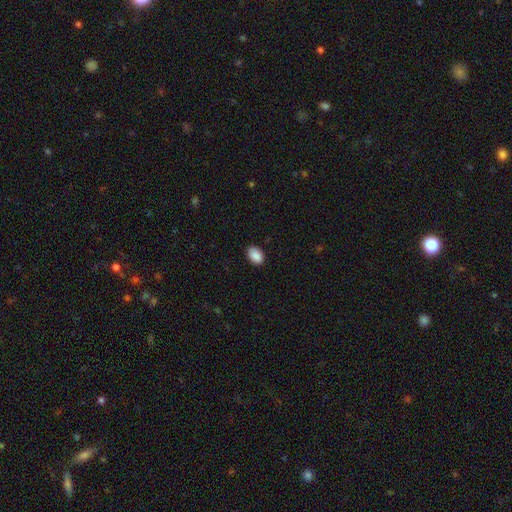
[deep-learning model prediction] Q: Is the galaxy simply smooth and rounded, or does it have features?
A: smooth — 90%.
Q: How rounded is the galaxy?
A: in between — 87%.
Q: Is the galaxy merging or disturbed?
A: none — 87%.